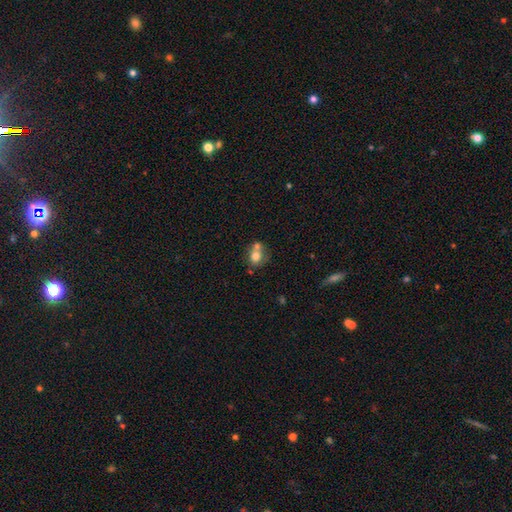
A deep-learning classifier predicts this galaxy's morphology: This is likely a smooth galaxy (73%). How rounded: likely round (61%). Merging: possibly merger (50%).